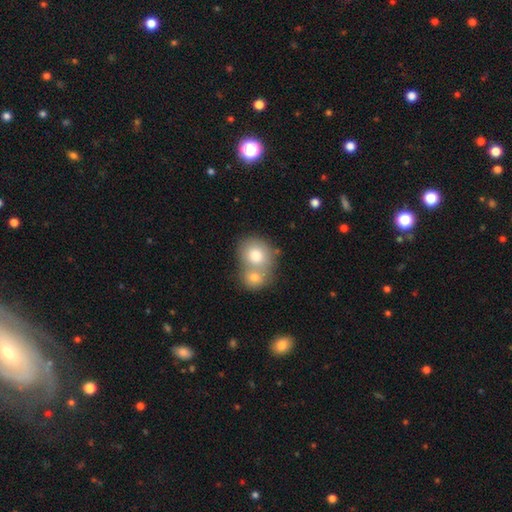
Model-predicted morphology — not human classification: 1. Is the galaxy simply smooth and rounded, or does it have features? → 75% smooth, 16% featured or disk, 9% star or artifact.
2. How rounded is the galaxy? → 69% round, 30% in between, 1% cigar-shaped.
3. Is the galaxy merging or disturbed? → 63% merger, 28% none, 7% minor disturbance, 3% major disturbance.